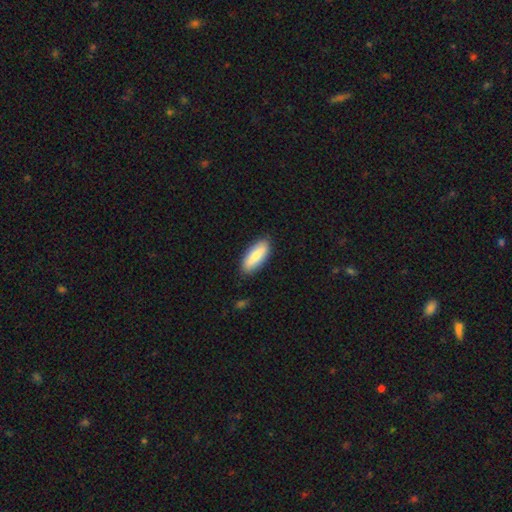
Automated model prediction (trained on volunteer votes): A smooth galaxy with no disk features (75%) that is in between round and cigar-shaped (72%). Merging: none (87%).